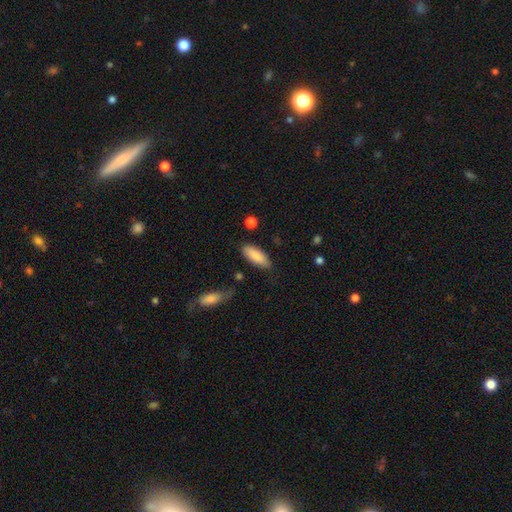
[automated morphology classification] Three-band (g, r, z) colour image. It shows a smooth galaxy with no disk features (86%) that is in between round and cigar-shaped (71%). Merging: none (80%).